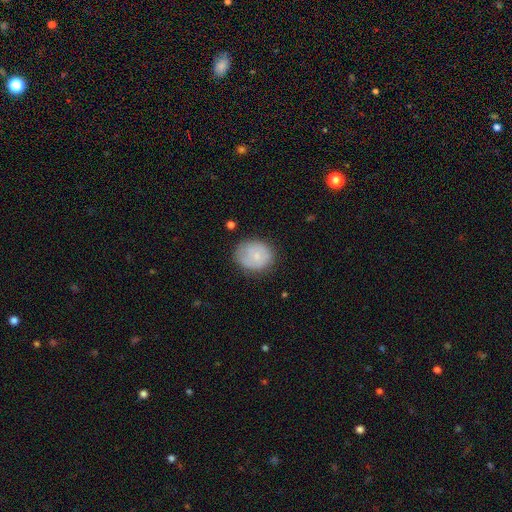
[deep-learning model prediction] smooth_or_featured: smooth (p=0.66) [alt: featured or disk p=0.27]
how_rounded: round (p=0.68) [alt: in between p=0.31]
merging: none (p=0.68) [alt: minor disturbance p=0.22]